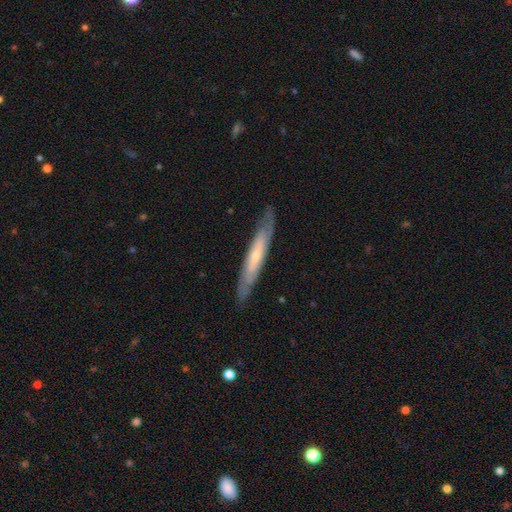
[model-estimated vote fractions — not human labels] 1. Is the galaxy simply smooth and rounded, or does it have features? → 61% featured or disk, 34% smooth, 5% star or artifact.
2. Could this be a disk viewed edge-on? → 68% yes, 32% no.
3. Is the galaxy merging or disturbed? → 83% none, 13% minor disturbance, 3% major disturbance, 1% merger.